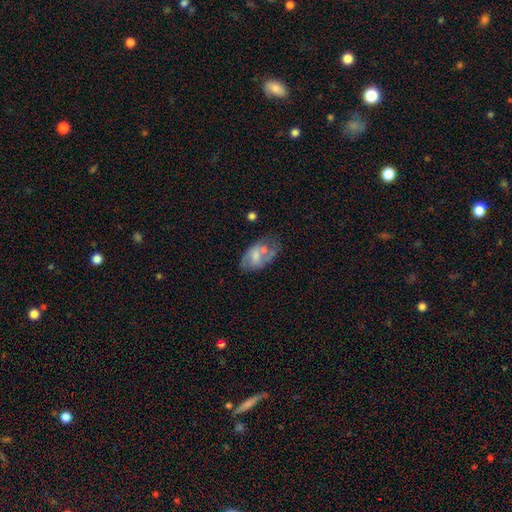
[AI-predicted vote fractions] The model was most divided on "smooth or featured": featured or disk: 47%, smooth: 45%, star or artifact: 8%. Remaining: merging — none (41%).